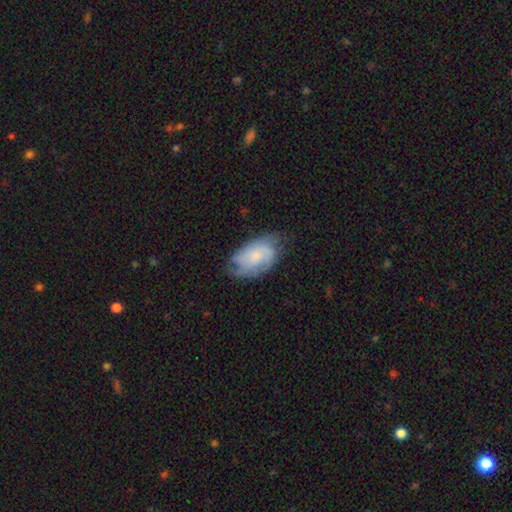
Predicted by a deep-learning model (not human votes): This appears to be a featured or disk galaxy (60%) with no bar (74%), medium (42%) spiral arms (89%) and a small central bulge (52%). Merging: none (58%).